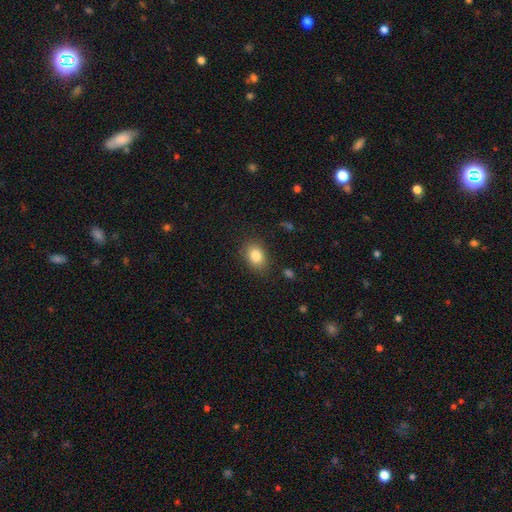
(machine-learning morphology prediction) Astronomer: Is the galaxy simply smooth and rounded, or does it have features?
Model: smooth — 83%.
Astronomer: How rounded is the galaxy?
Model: in between — 73%.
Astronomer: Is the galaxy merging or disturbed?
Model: none — 83%.